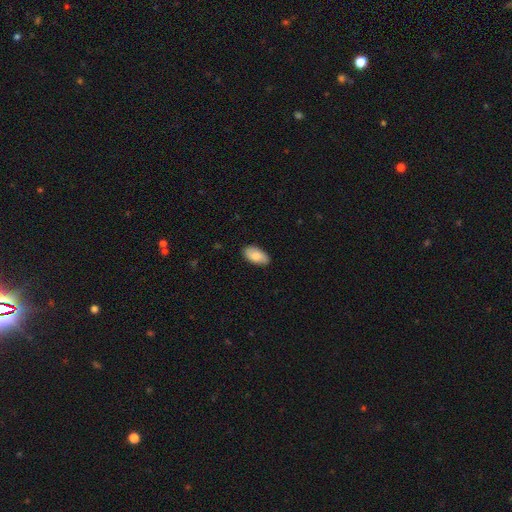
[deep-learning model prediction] Smooth or featured? Predicted: smooth (p=0.83). How rounded? Predicted: in between (p=0.95). Merging? Predicted: none (p=0.85).